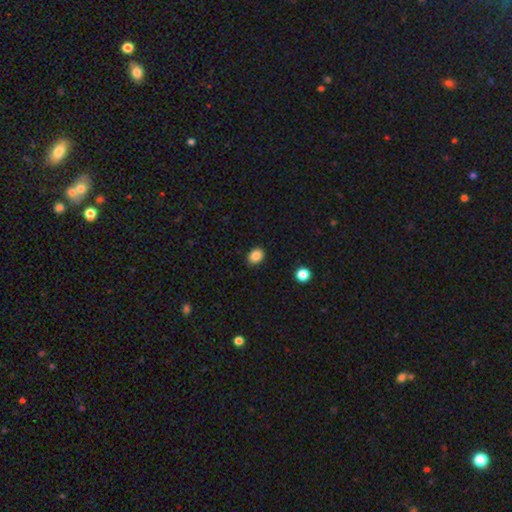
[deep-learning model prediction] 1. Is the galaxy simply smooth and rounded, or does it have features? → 86% smooth, 10% star or artifact, 4% featured or disk.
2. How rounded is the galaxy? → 58% in between, 41% round, 1% cigar-shaped.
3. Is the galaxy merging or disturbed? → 88% none, 9% minor disturbance, 2% major disturbance, 1% merger.